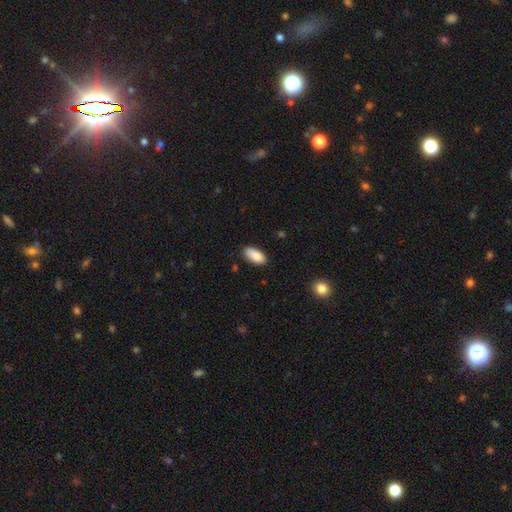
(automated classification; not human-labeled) A smooth galaxy with no disk features (88%) that is in between round and cigar-shaped (91%).

Vote fractions:
- Smooth or featured? smooth: 88% / star or artifact: 7% / featured or disk: 6%
- How rounded? in between: 91% / cigar-shaped: 7% / round: 2%
- Merging? none: 83% / minor disturbance: 13% / major disturbance: 2% / merger: 1%